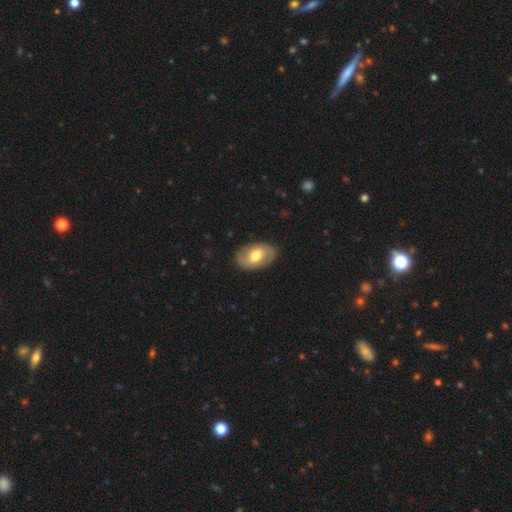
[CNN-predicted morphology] A smooth galaxy with no disk features (51%) that is in between round and cigar-shaped (87%).

Vote fractions:
- Smooth or featured? smooth: 51% / featured or disk: 43% / star or artifact: 6%
- How rounded? in between: 87% / round: 12% / cigar-shaped: 1%
- Merging? none: 86% / minor disturbance: 10% / major disturbance: 3% / merger: 1%